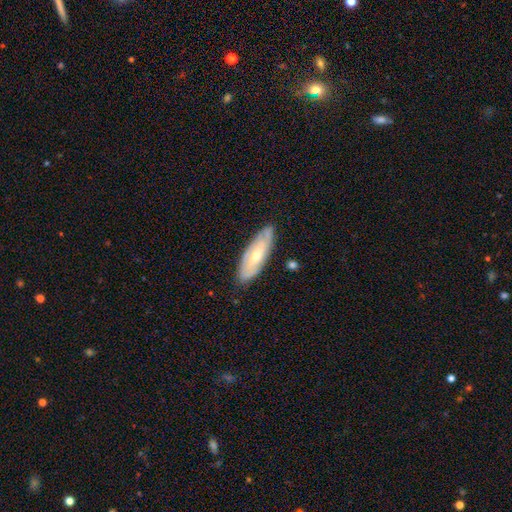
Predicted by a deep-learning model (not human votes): Smooth or featured? featured or disk (55%)
Edge-on disk? no (76%)
Merging? none (80%)